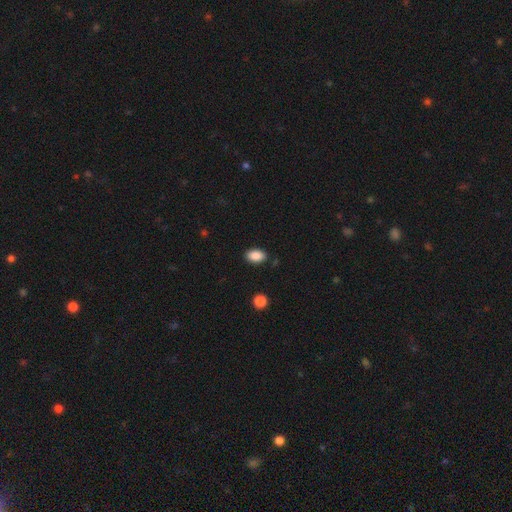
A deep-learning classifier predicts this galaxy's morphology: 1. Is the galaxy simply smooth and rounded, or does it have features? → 88% smooth, 8% star or artifact, 4% featured or disk.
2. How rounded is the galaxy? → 91% in between, 7% round, 2% cigar-shaped.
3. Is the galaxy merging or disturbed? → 86% none, 10% minor disturbance, 2% major disturbance, 2% merger.